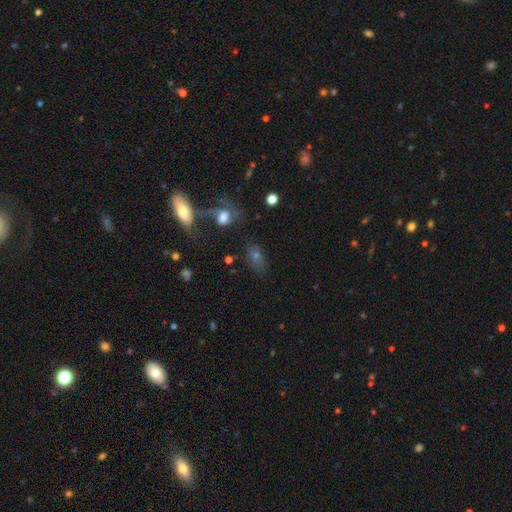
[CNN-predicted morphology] Smooth or featured: smooth — 56% (featured or disk — 22%)
How rounded: in between — 75% (round — 19%)
Merging: none — 57% (minor disturbance — 17%)